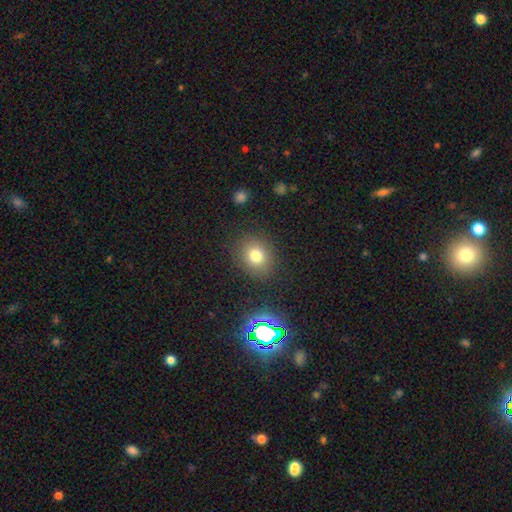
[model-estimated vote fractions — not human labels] Smooth or featured? Predicted: smooth (p=0.76). How rounded? Predicted: round (p=0.68). Merging? Predicted: none (p=0.86).